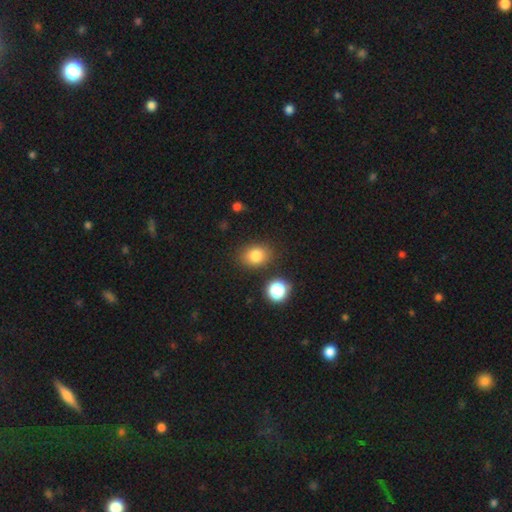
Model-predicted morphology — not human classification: This appears to be a smooth galaxy with no disk features (82%) that is in between round and cigar-shaped (55%). Merging: none (82%).